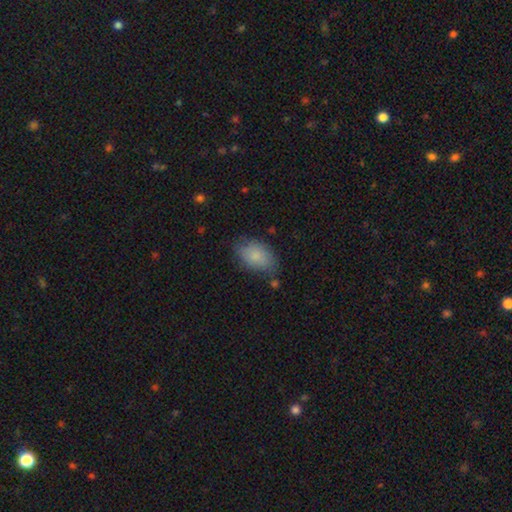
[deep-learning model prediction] smooth-or-featured: smooth: 84% | featured or disk: 9% | star or artifact: 7%
  how-rounded: in between: 90% | round: 9% | cigar-shaped: 1%
  merging: none: 71% | minor disturbance: 21% | major disturbance: 5% | merger: 3%